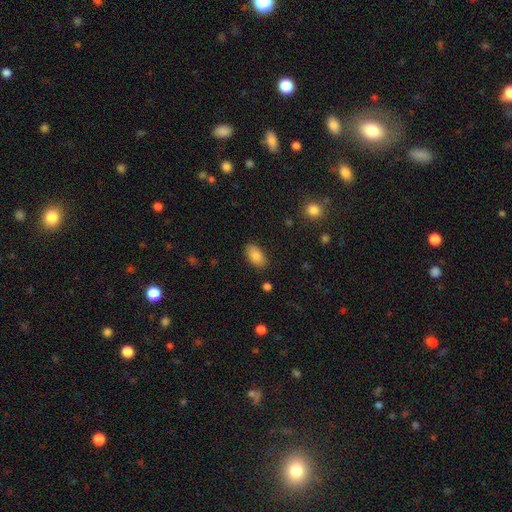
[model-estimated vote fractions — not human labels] Smooth or featured? Predicted: smooth (p=0.86). How rounded? Predicted: in between (p=0.93). Merging? Predicted: none (p=0.86).